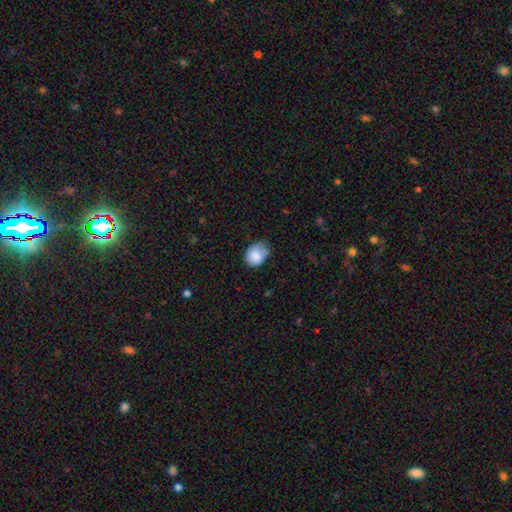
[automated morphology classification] type=smooth (84%); roundness=in between (56%); merging=none (50%).